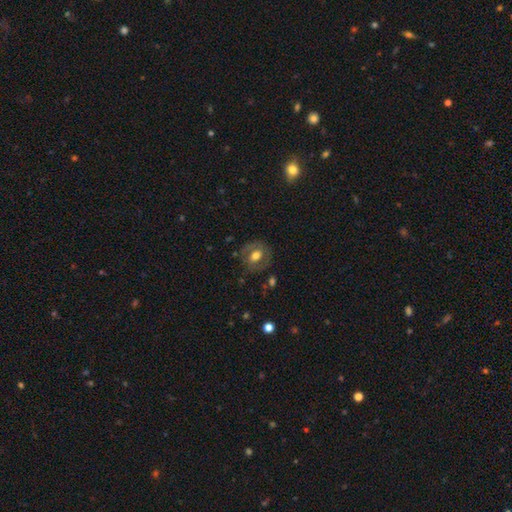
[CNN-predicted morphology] smooth_or_featured: featured or disk (p=0.47) [alt: smooth p=0.46]
merging: none (p=0.74) [alt: minor disturbance p=0.16]